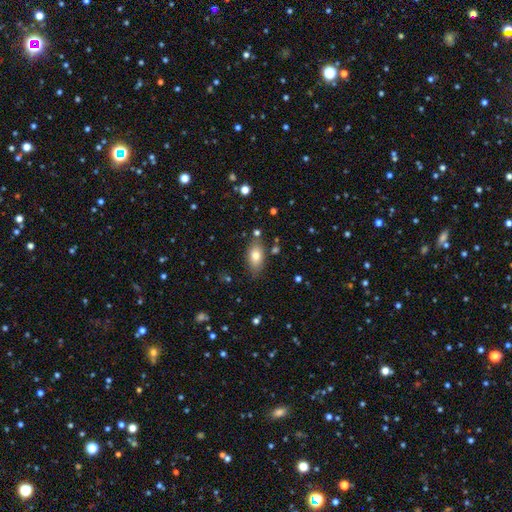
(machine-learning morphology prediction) This is likely a smooth galaxy (77%). How rounded: clearly in between (88%). Merging: likely none (76%).